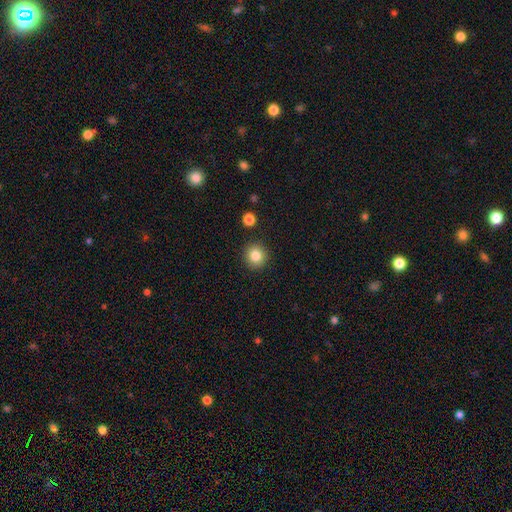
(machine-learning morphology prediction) Smooth or featured?
  - smooth: 84% *
  - star or artifact: 10%
  - featured or disk: 6%
How rounded?
  - round: 90% *
  - in between: 9%
  - cigar-shaped: 1%
Merging?
  - none: 90% *
  - minor disturbance: 6%
  - merger: 2%
  - major disturbance: 2%